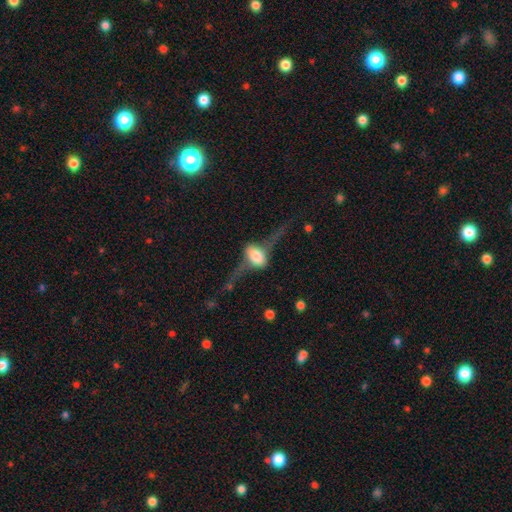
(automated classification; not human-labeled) Overall: featured or disk (72%). Edge-on disk: yes (81%). Edge-on bulge: rounded (92%). Merging: none (51%; major disturbance 24%).